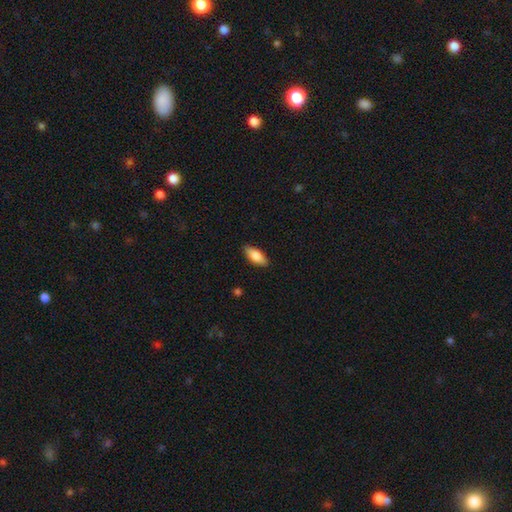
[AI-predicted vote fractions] A smooth galaxy with no disk features (82%) that is in between round and cigar-shaped (82%).

Vote fractions:
- Smooth or featured? smooth: 82% / featured or disk: 12% / star or artifact: 6%
- How rounded? in between: 82% / cigar-shaped: 16% / round: 2%
- Merging? none: 87% / minor disturbance: 10% / major disturbance: 2% / merger: 1%